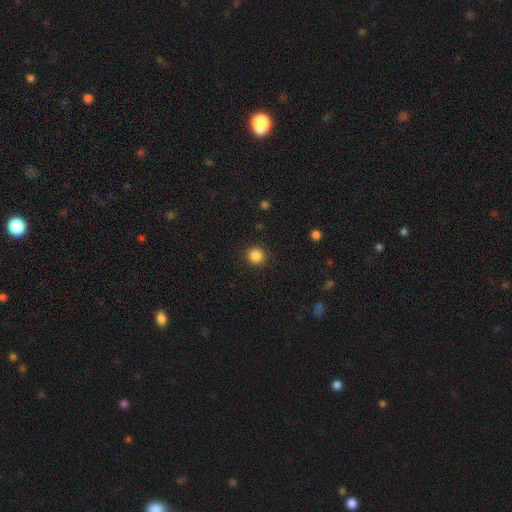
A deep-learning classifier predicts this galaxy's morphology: smooth 86%, star or artifact 11%, featured or disk 3%. Down the decision tree: how rounded — round (92%); merging — none (91%).